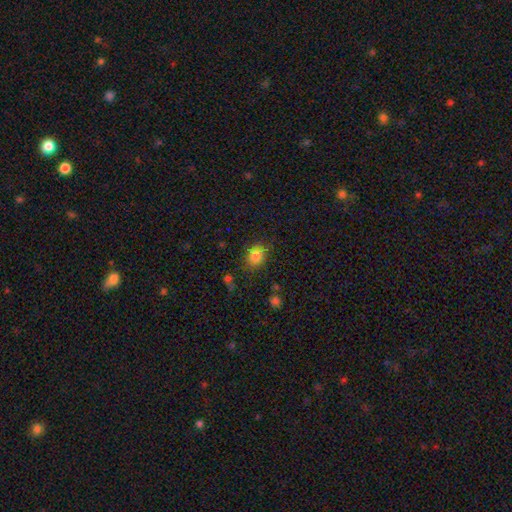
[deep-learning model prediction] Smooth or featured?
  - smooth: 81% *
  - star or artifact: 12%
  - featured or disk: 7%
How rounded?
  - in between: 55% *
  - round: 44%
  - cigar-shaped: 1%
Merging?
  - none: 78% *
  - minor disturbance: 16%
  - major disturbance: 4%
  - merger: 2%